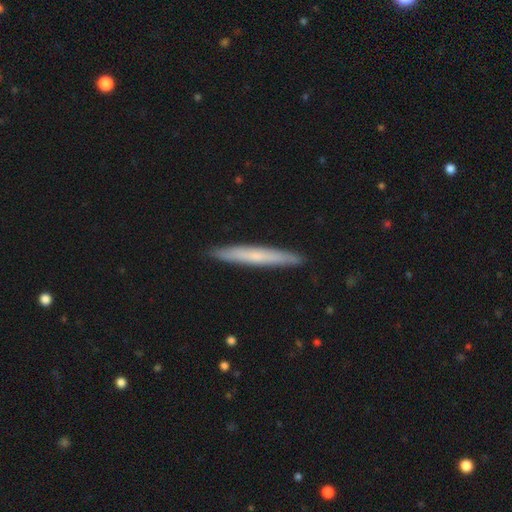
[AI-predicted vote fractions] This appears to be a smooth galaxy with no disk features (53%) that is cigar-shaped (96%). Merging: none (91%).